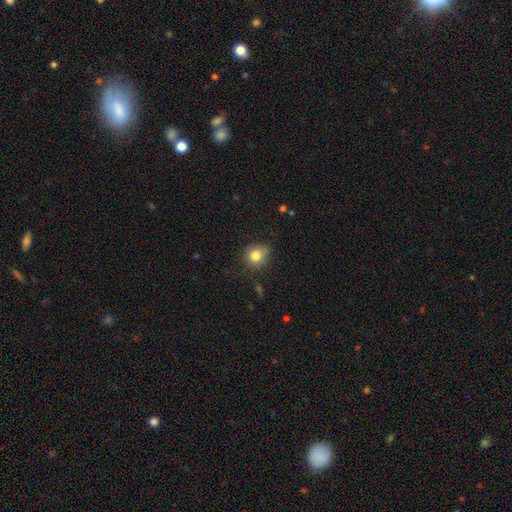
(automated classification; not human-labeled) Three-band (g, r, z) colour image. It shows a smooth galaxy with no disk features (81%) that is round (77%). Merging: none (74%).